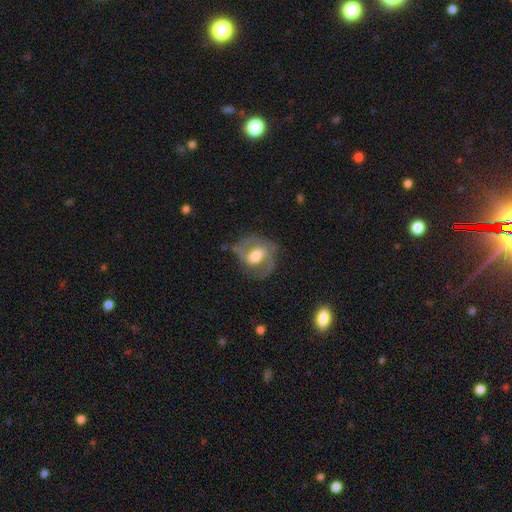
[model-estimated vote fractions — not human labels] Smooth or featured? Predicted: featured or disk (p=0.79). Edge-on disk? Predicted: no (p=0.97). Bar? Predicted: weak (p=0.52). Spiral arms? Predicted: yes (p=0.92). Spiral winding? Predicted: medium (p=0.54). Spiral arm count? Predicted: 2 (p=0.81). Bulge size? Predicted: moderate (p=0.62). Merging? Predicted: none (p=0.65).